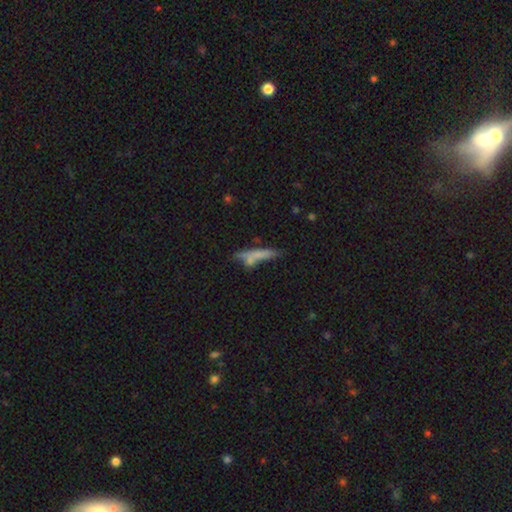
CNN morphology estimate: Smooth or featured? smooth (61%)
How rounded? cigar-shaped (83%)
Merging? none (51%)